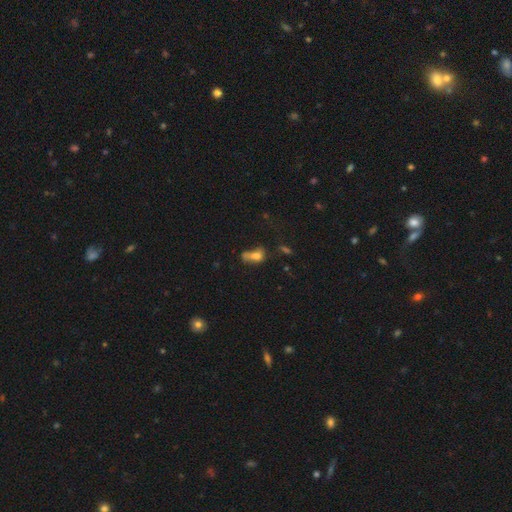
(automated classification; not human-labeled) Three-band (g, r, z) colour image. It shows a smooth galaxy with no disk features (67%) that is in between round and cigar-shaped (70%). Merging: merger (36%).